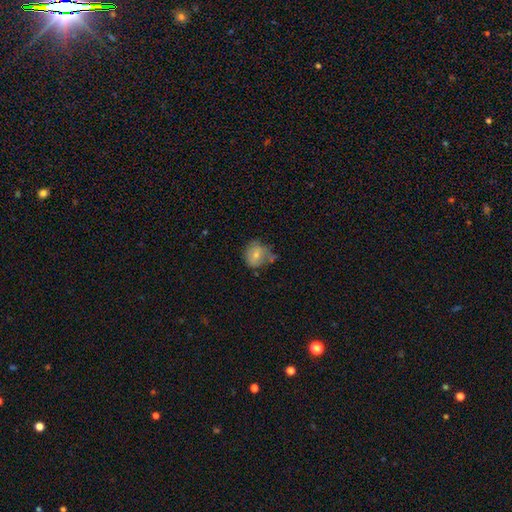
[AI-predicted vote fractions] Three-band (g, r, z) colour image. It shows a smooth galaxy with no disk features (57%) that is round (73%). Merging: none (59%).